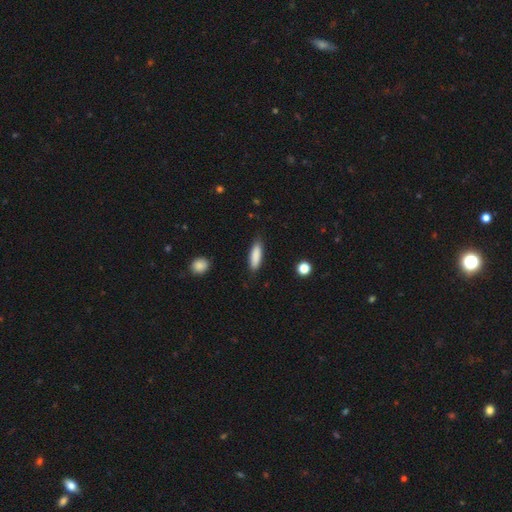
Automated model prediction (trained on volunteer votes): smooth-or-featured: smooth: 87% | featured or disk: 7% | star or artifact: 6%
  how-rounded: cigar-shaped: 58% | in between: 40% | round: 2%
  merging: none: 85% | minor disturbance: 11% | major disturbance: 2% | merger: 1%